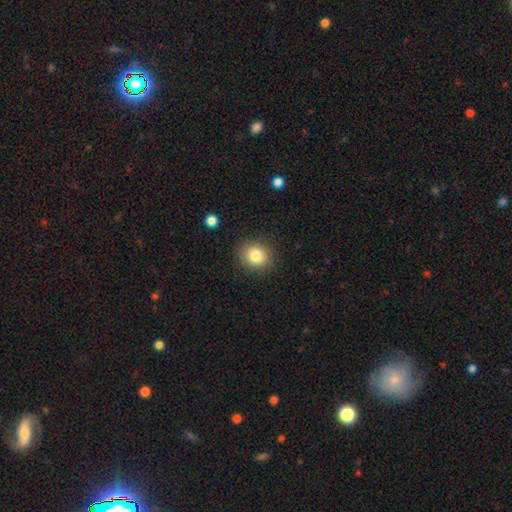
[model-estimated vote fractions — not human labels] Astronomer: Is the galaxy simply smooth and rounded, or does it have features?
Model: smooth — 82%.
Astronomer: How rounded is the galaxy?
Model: round — 79%.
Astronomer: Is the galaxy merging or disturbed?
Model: none — 88%.